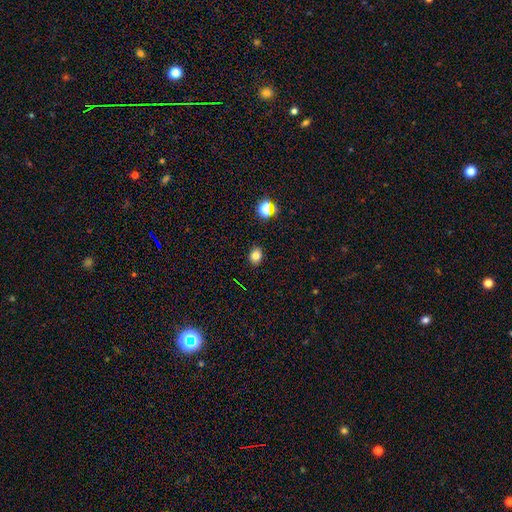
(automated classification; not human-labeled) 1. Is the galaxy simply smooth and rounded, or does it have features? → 79% smooth, 14% star or artifact, 7% featured or disk.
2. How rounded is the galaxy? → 57% in between, 42% round, 1% cigar-shaped.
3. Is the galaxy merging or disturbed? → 88% none, 9% minor disturbance, 2% major disturbance, 1% merger.